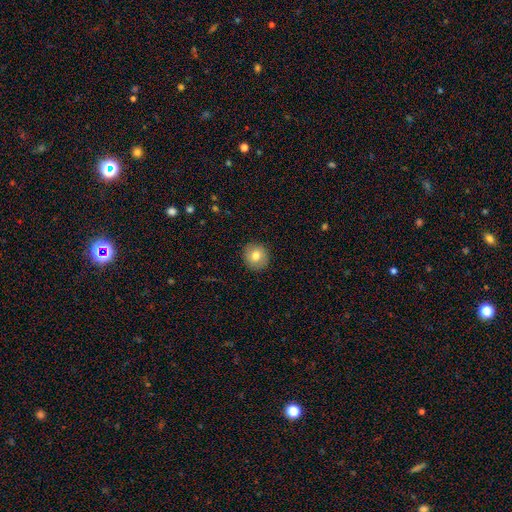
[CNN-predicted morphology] Overall: smooth (76%). How rounded: round (88%). Merging: none (89%).